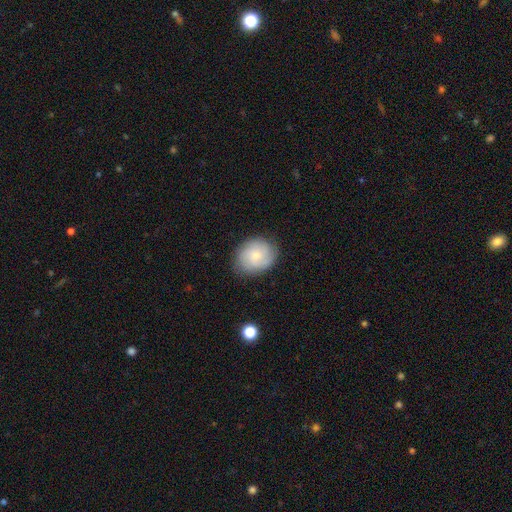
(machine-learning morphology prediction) smooth 64%, featured or disk 29%, star or artifact 7%. Down the decision tree: how rounded — round (61%); merging — none (81%).